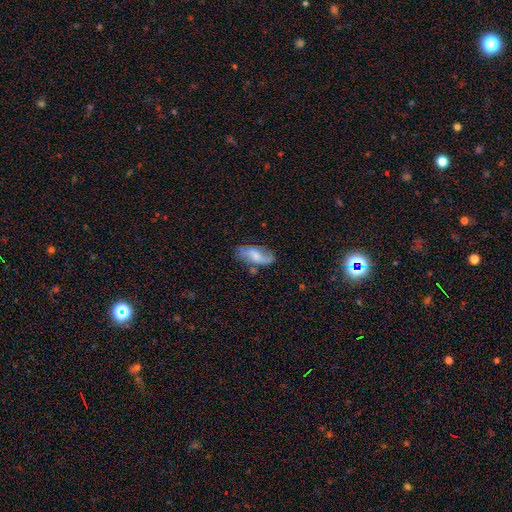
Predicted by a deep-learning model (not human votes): This appears to be a featured or disk galaxy (47%). Merging: none (59%).